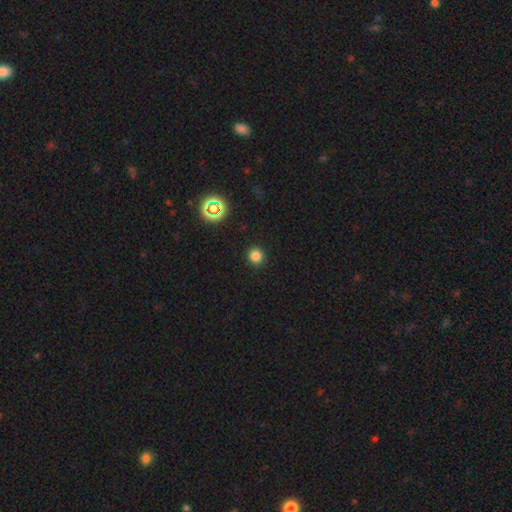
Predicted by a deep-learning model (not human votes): Q: Smooth or featured?
A: smooth (80%); runner-up: star or artifact (16%)
Q: How rounded?
A: round (93%); runner-up: in between (6%)
Q: Merging?
A: none (92%); runner-up: minor disturbance (5%)